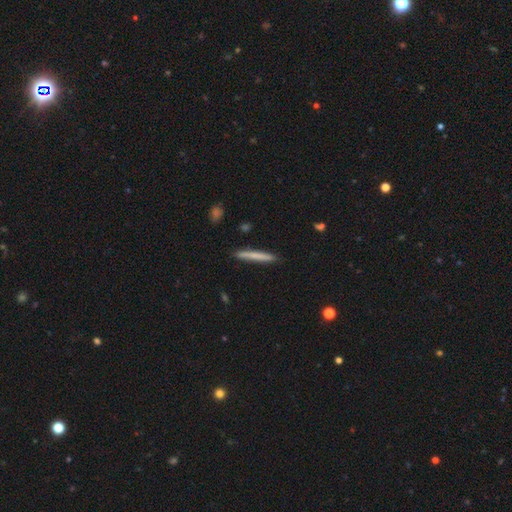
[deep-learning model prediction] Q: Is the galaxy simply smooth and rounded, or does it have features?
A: smooth — 70%.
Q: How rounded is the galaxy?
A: cigar-shaped — 96%.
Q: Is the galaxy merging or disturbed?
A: none — 90%.